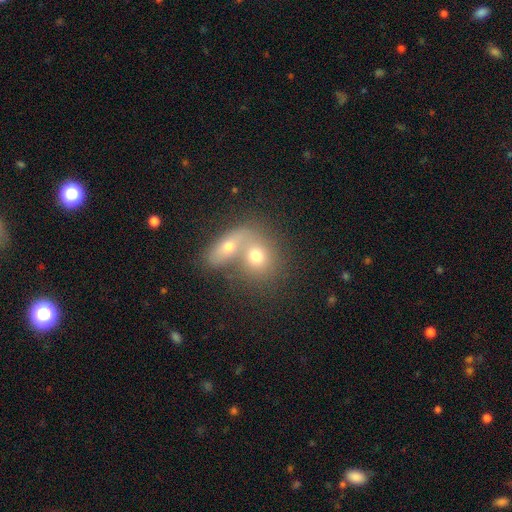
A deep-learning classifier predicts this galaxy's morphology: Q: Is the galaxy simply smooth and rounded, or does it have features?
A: smooth — 62%.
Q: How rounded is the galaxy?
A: round — 55%.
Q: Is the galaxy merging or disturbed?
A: merger — 64%.